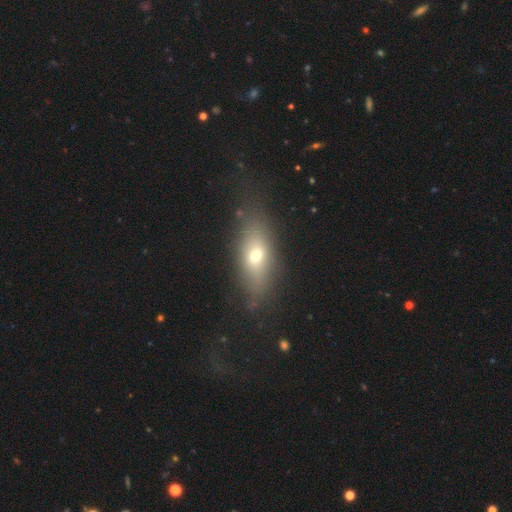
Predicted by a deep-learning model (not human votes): A smooth galaxy with no disk features (62%) that is in between round and cigar-shaped (70%).

Vote fractions:
- Smooth or featured? smooth: 62% / featured or disk: 26% / star or artifact: 12%
- How rounded? in between: 70% / cigar-shaped: 22% / round: 9%
- Merging? none: 76% / minor disturbance: 15% / major disturbance: 7% / merger: 2%